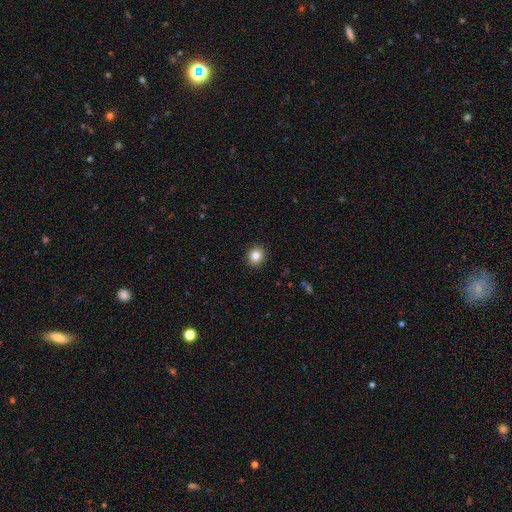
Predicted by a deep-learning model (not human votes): A smooth galaxy with no disk features (83%) that is round (83%).

Vote fractions:
- Smooth or featured? smooth: 83% / star or artifact: 11% / featured or disk: 6%
- How rounded? round: 83% / in between: 16% / cigar-shaped: 1%
- Merging? none: 92% / minor disturbance: 5% / major disturbance: 2% / merger: 1%